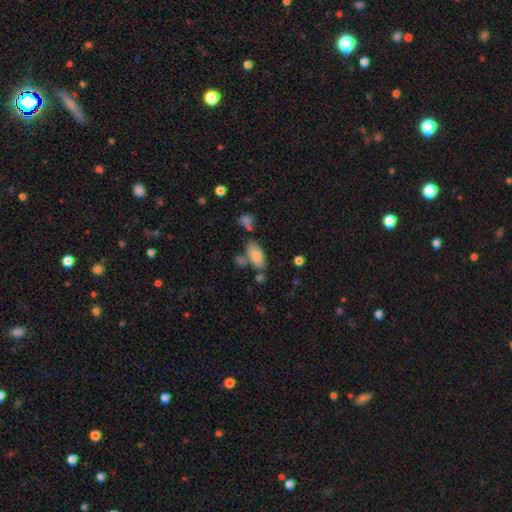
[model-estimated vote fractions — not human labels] smooth 79%, featured or disk 13%, star or artifact 8%. Down the decision tree: how rounded — in between (91%); merging — none (62%).